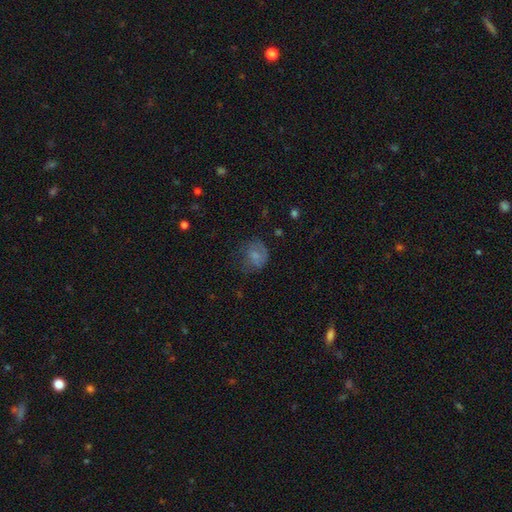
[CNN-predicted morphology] A smooth galaxy with no disk features (66%) that is round (63%).

Vote fractions:
- Smooth or featured? smooth: 66% / featured or disk: 23% / star or artifact: 11%
- How rounded? round: 63% / in between: 36% / cigar-shaped: 1%
- Merging? none: 47% / minor disturbance: 28% / major disturbance: 23% / merger: 2%